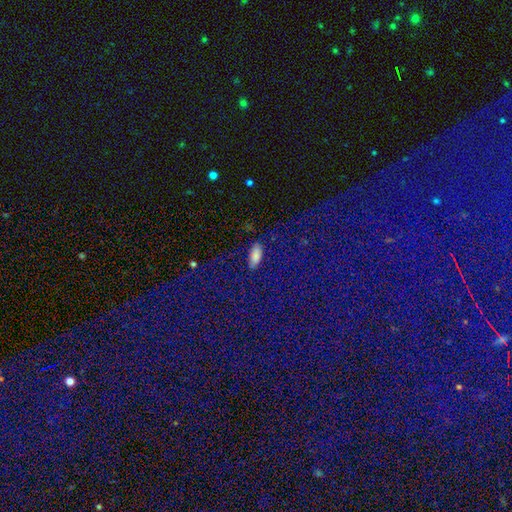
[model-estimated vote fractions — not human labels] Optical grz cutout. It shows a smooth galaxy with no disk features (80%) that is in between round and cigar-shaped (87%). Merging: none (81%).